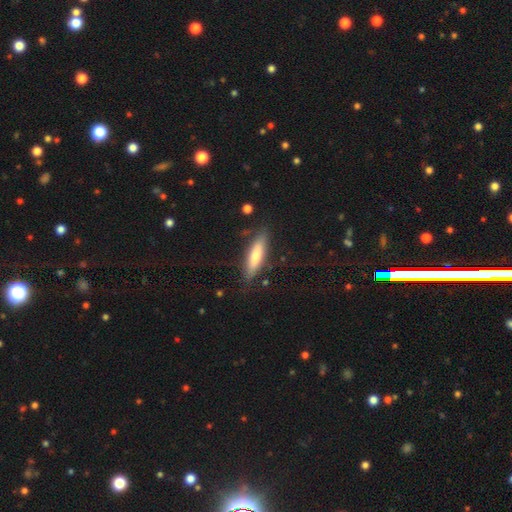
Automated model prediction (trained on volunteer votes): This is likely a smooth galaxy (62%). How rounded: likely cigar-shaped (72%). Merging: clearly none (81%).